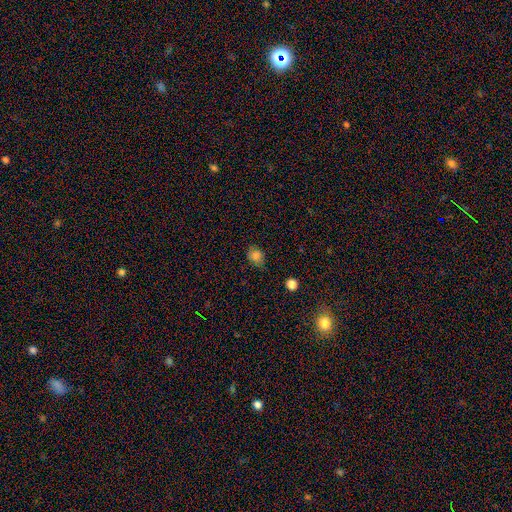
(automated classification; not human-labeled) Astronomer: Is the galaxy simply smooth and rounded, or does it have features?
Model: smooth — 82%.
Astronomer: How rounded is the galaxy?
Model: round — 54% (runner-up: in between, 45%).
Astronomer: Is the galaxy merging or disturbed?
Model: none — 74%.